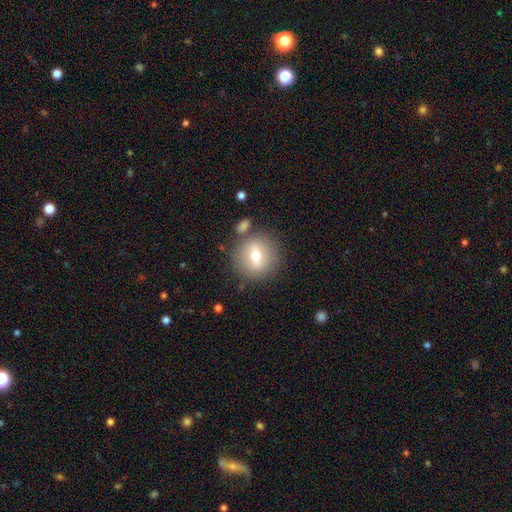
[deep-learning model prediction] Overall: smooth (60%; featured or disk 31%). How rounded: round (88%). Merging: none (79%).